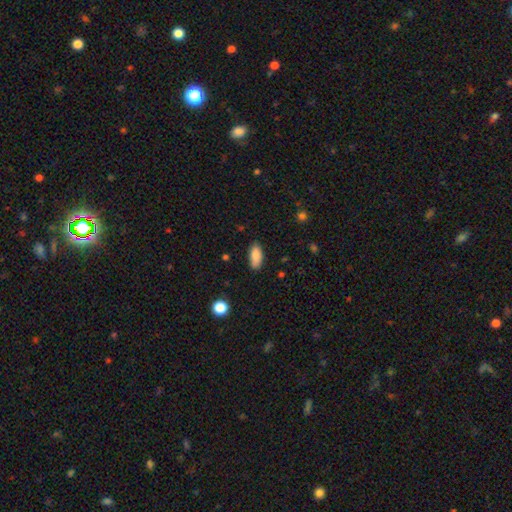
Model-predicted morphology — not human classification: The model was most divided on "merging": none: 82%, minor disturbance: 14%, major disturbance: 3%, merger: 2%. More confident: how rounded — in between (87%); smooth or featured — smooth (85%).